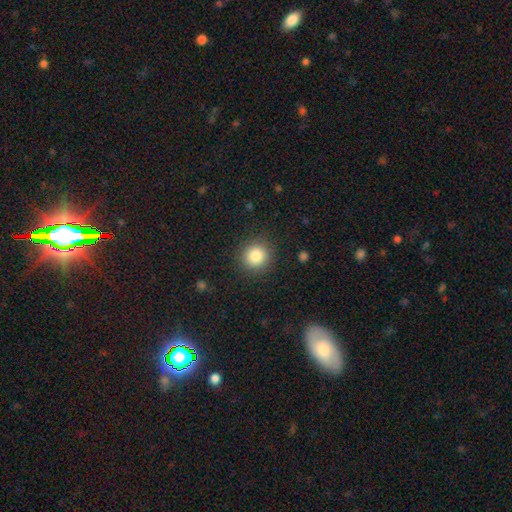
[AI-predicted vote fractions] Smooth or featured?
  - smooth: 84% *
  - star or artifact: 10%
  - featured or disk: 6%
How rounded?
  - round: 92% *
  - in between: 7%
  - cigar-shaped: 1%
Merging?
  - none: 90% *
  - minor disturbance: 7%
  - major disturbance: 3%
  - merger: 1%